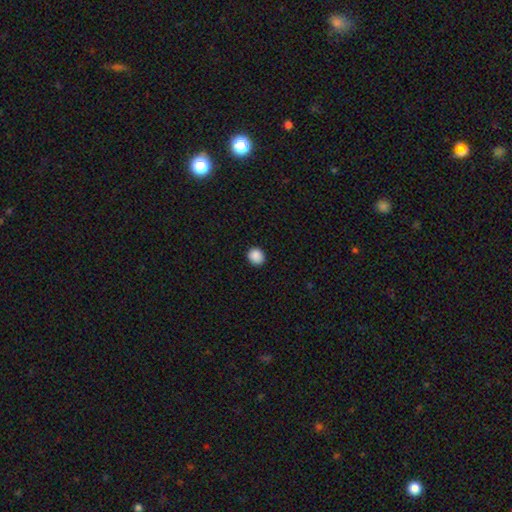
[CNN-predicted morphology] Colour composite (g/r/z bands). It shows a smooth galaxy with no disk features (89%) that is round (82%). Merging: none (90%).